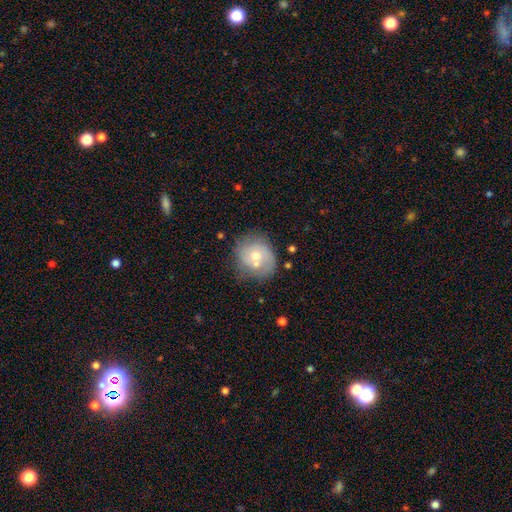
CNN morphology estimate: Smooth or featured: featured or disk — 49% (smooth — 43%)
Merging: none — 52% (minor disturbance — 21%)